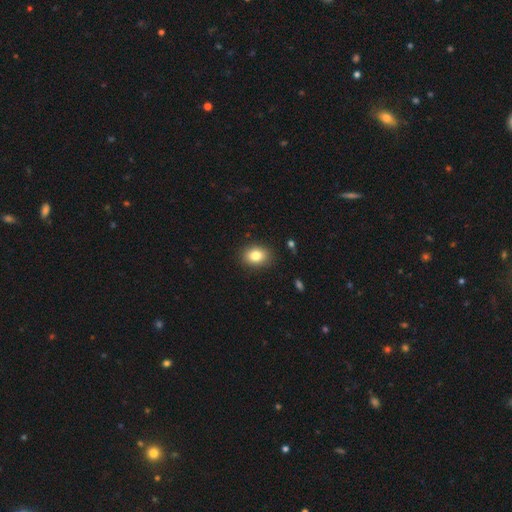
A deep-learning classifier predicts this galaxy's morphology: type=smooth (83%); roundness=in between (58%); merging=none (88%).